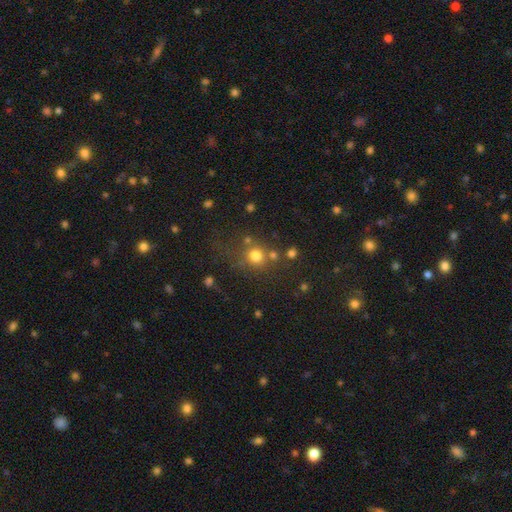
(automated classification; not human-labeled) A smooth galaxy with no disk features (75%) that is round (89%).

Vote fractions:
- Smooth or featured? smooth: 75% / star or artifact: 17% / featured or disk: 8%
- How rounded? round: 89% / in between: 10% / cigar-shaped: 1%
- Merging? none: 67% / merger: 14% / minor disturbance: 12% / major disturbance: 7%